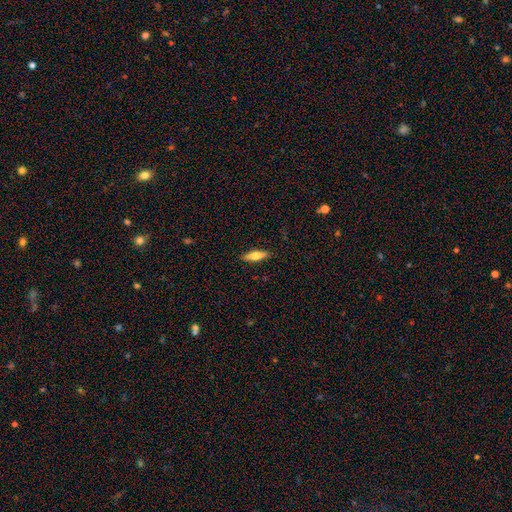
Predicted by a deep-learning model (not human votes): Q: Smooth or featured?
A: smooth (64%); runner-up: featured or disk (30%)
Q: How rounded?
A: cigar-shaped (58%); runner-up: in between (40%)
Q: Merging?
A: none (89%); runner-up: minor disturbance (8%)